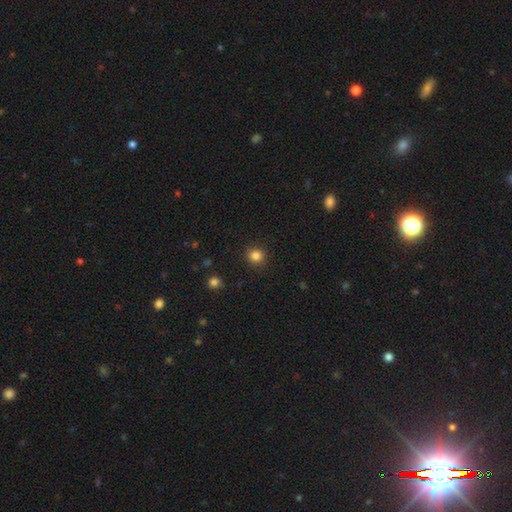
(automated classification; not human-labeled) Morphology: type=smooth (84%); roundness=round (89%); merging=none (90%).